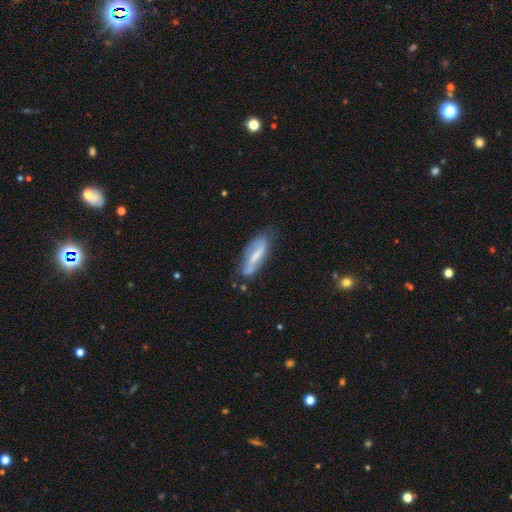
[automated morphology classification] Smooth or featured?
  - featured or disk: 62% *
  - smooth: 31%
  - star or artifact: 7%
Edge-on disk?
  - no: 83% *
  - yes: 17%
Bar?
  - strong: 46% *
  - weak: 35%
  - no: 19%
Spiral arms?
  - yes: 82% *
  - no: 18%
Bulge size?
  - small: 42% *
  - moderate: 31%
  - none: 21%
  - large: 5%
  - dominant: 2%
Merging?
  - none: 68% *
  - minor disturbance: 23%
  - major disturbance: 6%
  - merger: 3%